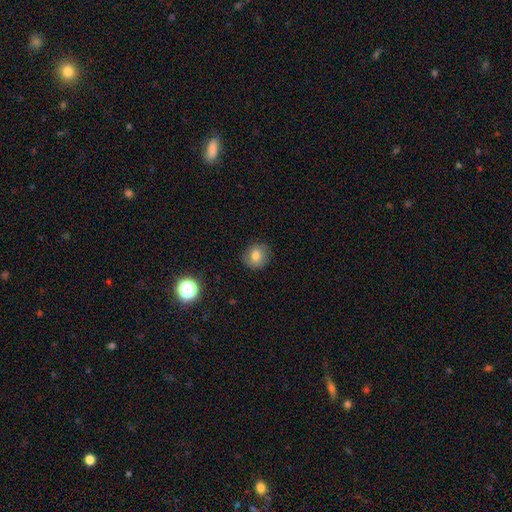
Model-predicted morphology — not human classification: type=smooth (74%); roundness=round (82%); merging=none (83%).